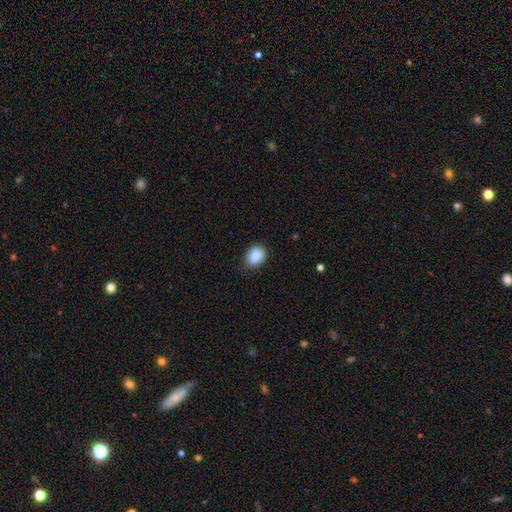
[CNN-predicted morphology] Smooth or featured?
  - smooth: 87% *
  - star or artifact: 8%
  - featured or disk: 4%
How rounded?
  - in between: 68% *
  - round: 30%
  - cigar-shaped: 1%
Merging?
  - none: 75% *
  - minor disturbance: 20%
  - major disturbance: 3%
  - merger: 2%